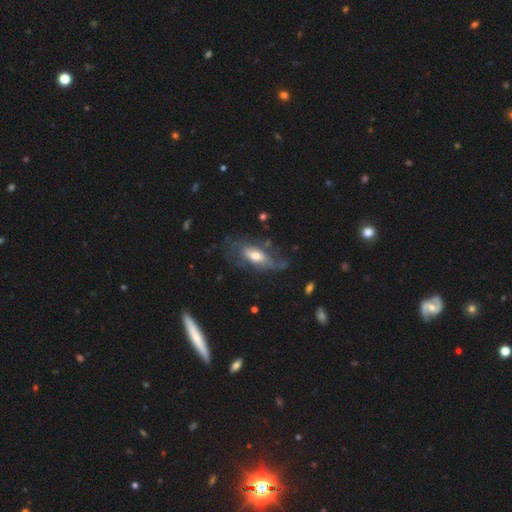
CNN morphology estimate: Overall: featured or disk (58%; smooth 35%). Edge-on disk: no (82%). Merging: none (51%; minor disturbance 24%).